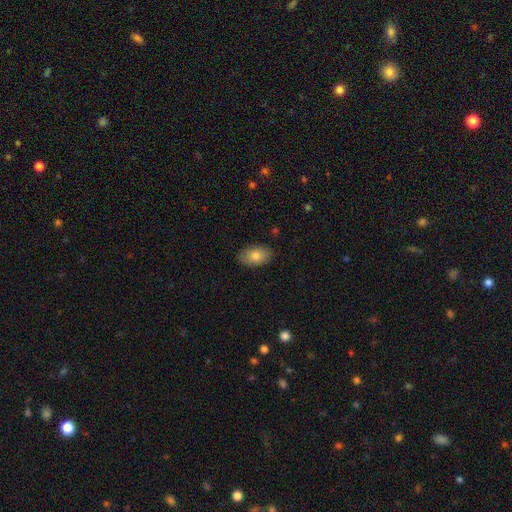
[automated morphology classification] A smooth galaxy with no disk features (80%) that is in between round and cigar-shaped (91%).

Vote fractions:
- Smooth or featured? smooth: 80% / featured or disk: 13% / star or artifact: 7%
- How rounded? in between: 91% / round: 7% / cigar-shaped: 2%
- Merging? none: 86% / minor disturbance: 11% / major disturbance: 2% / merger: 1%